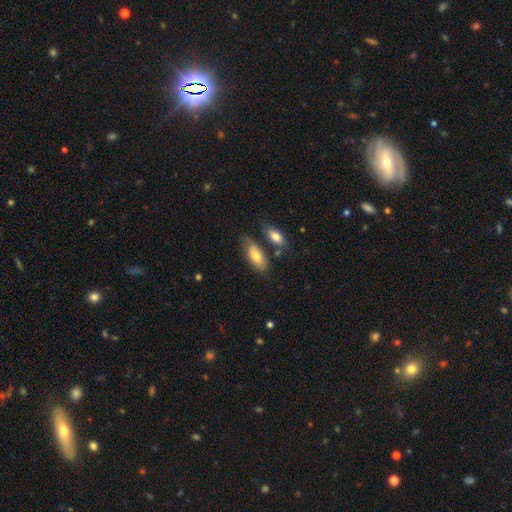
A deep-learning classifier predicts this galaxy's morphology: smooth_or_featured: smooth (p=0.73) [alt: featured or disk p=0.21]
how_rounded: in between (p=0.85) [alt: cigar-shaped p=0.13]
merging: none (p=0.55) [alt: minor disturbance p=0.23]